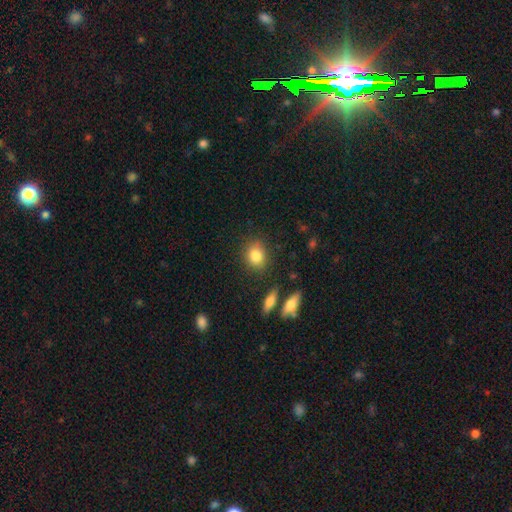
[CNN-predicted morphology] A smooth galaxy with no disk features (84%) that is round (59%). Merging: none (84%).